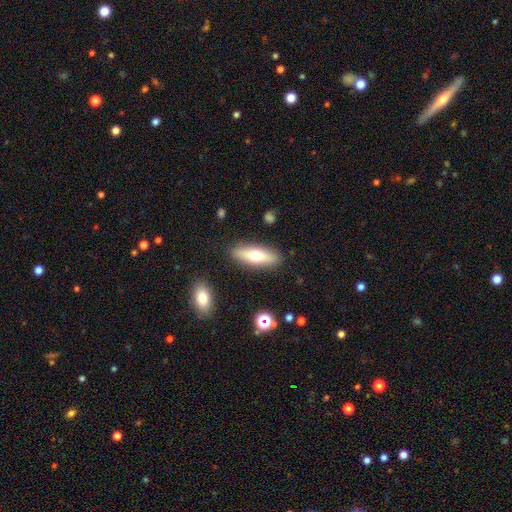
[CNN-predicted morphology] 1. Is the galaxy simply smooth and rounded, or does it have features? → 57% smooth, 37% featured or disk, 7% star or artifact.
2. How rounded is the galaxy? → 52% cigar-shaped, 46% in between, 3% round.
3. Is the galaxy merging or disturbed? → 87% none, 9% minor disturbance, 2% major disturbance, 2% merger.